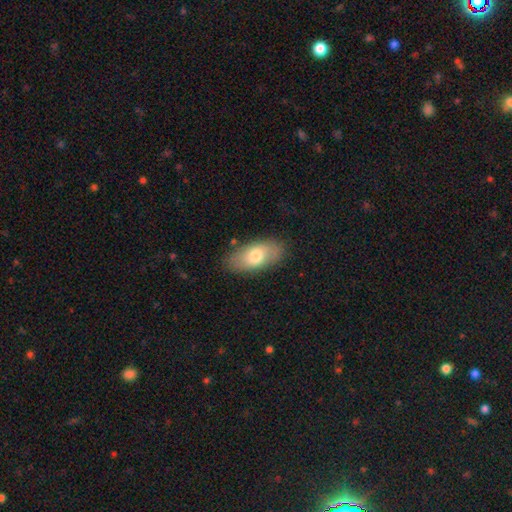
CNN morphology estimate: Smooth or featured?
  - smooth: 73% *
  - featured or disk: 21%
  - star or artifact: 6%
How rounded?
  - in between: 92% *
  - cigar-shaped: 5%
  - round: 3%
Merging?
  - none: 83% *
  - minor disturbance: 13%
  - major disturbance: 3%
  - merger: 2%